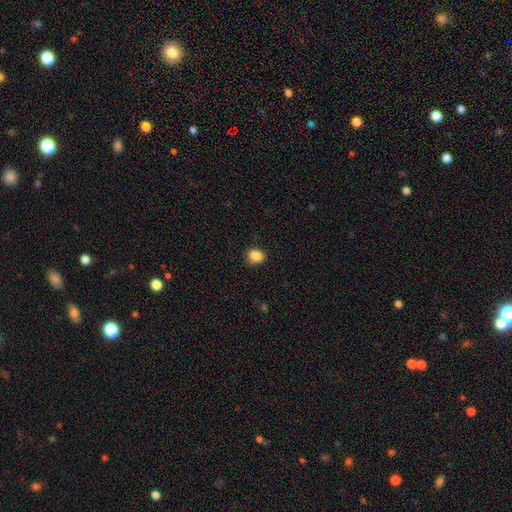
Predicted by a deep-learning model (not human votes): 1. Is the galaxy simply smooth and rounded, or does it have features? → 86% smooth, 10% star or artifact, 5% featured or disk.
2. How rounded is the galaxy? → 62% in between, 36% round, 1% cigar-shaped.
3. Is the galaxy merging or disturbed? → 73% none, 20% minor disturbance, 4% major disturbance, 3% merger.